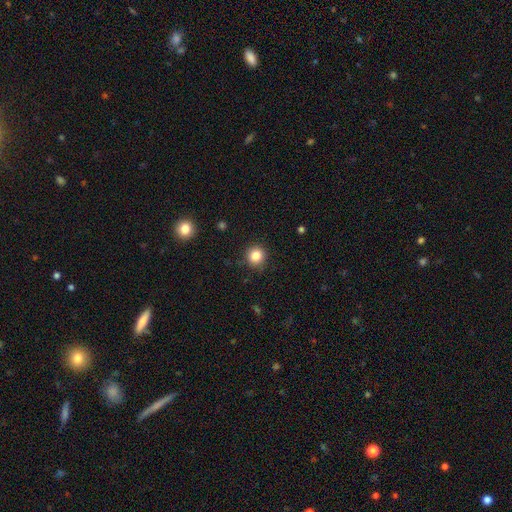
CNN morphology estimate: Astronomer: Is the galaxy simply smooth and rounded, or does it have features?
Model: smooth — 84%.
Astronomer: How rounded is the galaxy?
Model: round — 93%.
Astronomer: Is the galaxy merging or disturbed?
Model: none — 88%.